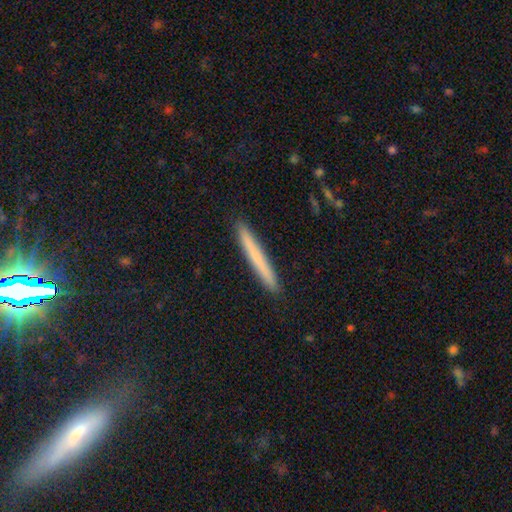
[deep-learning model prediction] The model was most divided on "smooth or featured": smooth: 70%, featured or disk: 24%, star or artifact: 6%. More confident: how rounded — cigar-shaped (97%); merging — none (92%).